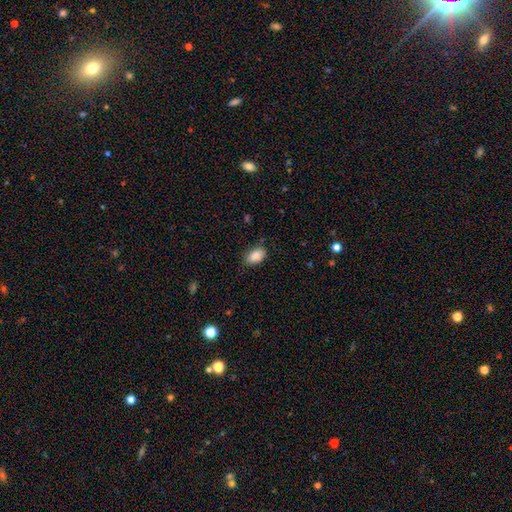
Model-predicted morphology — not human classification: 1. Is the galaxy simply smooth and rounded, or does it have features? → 86% smooth, 8% star or artifact, 6% featured or disk.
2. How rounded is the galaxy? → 91% in between, 7% round, 2% cigar-shaped.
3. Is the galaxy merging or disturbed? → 80% none, 15% minor disturbance, 3% major disturbance, 1% merger.